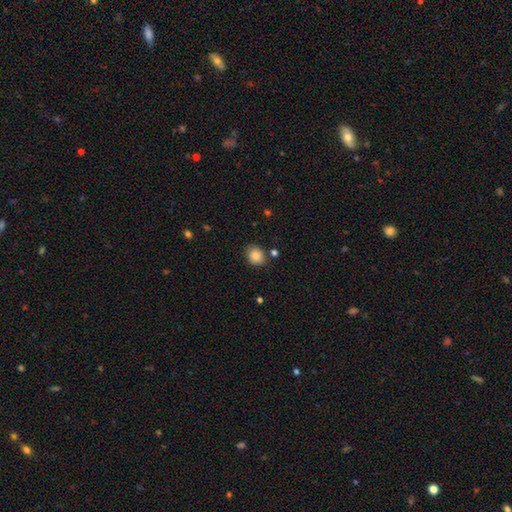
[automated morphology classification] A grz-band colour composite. It shows a smooth galaxy with no disk features (86%) that is round (69%). Merging: none (82%).